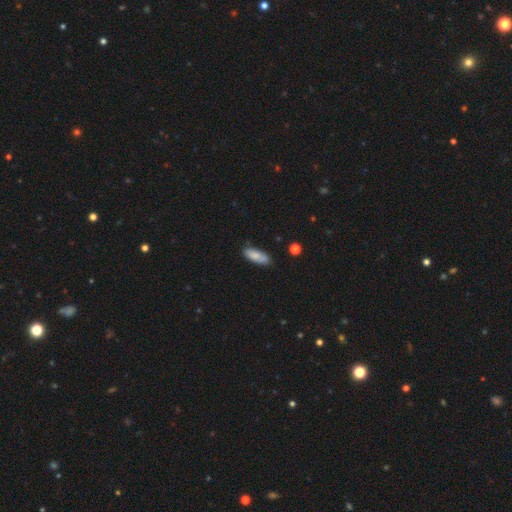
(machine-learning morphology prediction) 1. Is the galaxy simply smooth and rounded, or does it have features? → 80% smooth, 13% featured or disk, 7% star or artifact.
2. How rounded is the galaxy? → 69% in between, 29% cigar-shaped, 2% round.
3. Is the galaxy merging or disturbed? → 73% none, 20% minor disturbance, 4% major disturbance, 3% merger.